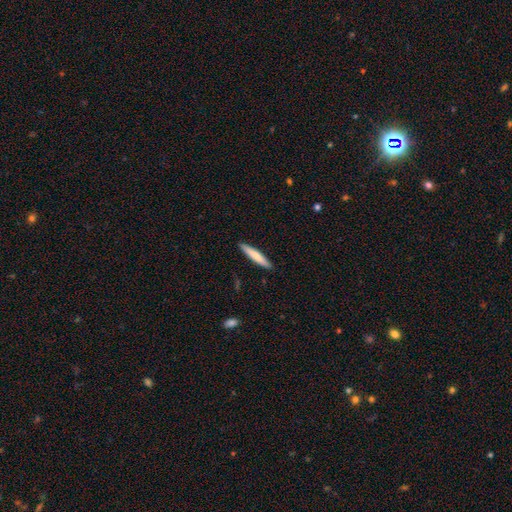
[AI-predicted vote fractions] Morphology: type=smooth (73%); roundness=cigar-shaped (91%); merging=none (91%).